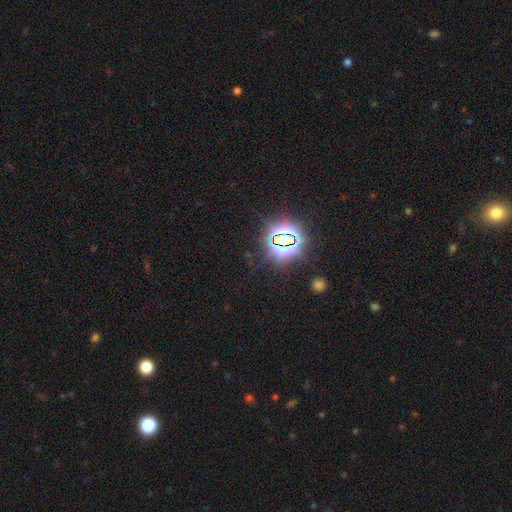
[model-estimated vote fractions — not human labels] Smooth or featured? star or artifact (81%)